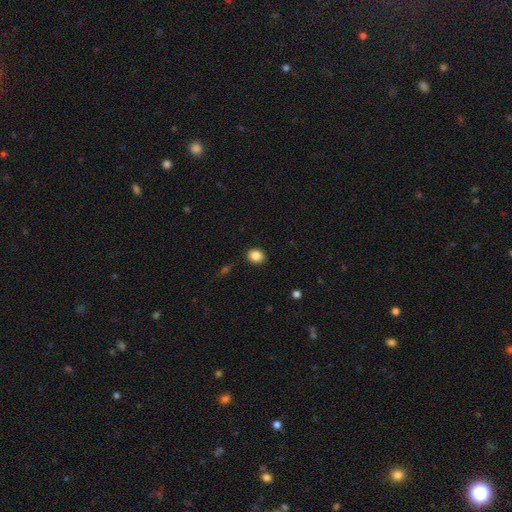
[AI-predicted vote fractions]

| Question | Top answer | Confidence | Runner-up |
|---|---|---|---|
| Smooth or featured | smooth | 87% | star or artifact (9%) |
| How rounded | round | 62% | in between (37%) |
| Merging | none | 90% | minor disturbance (7%) |